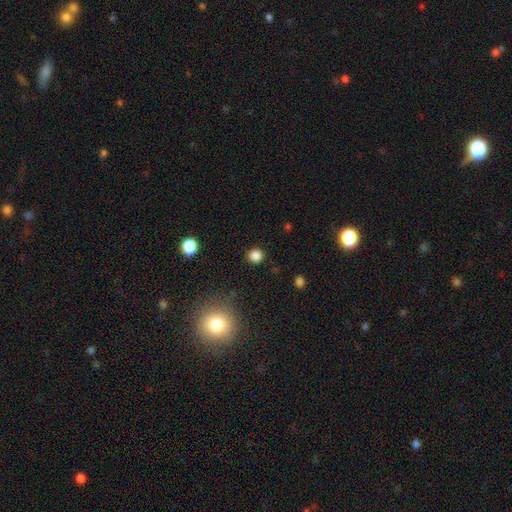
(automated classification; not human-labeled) This appears to be a smooth galaxy with no disk features (84%) that is round (90%). Merging: none (89%).